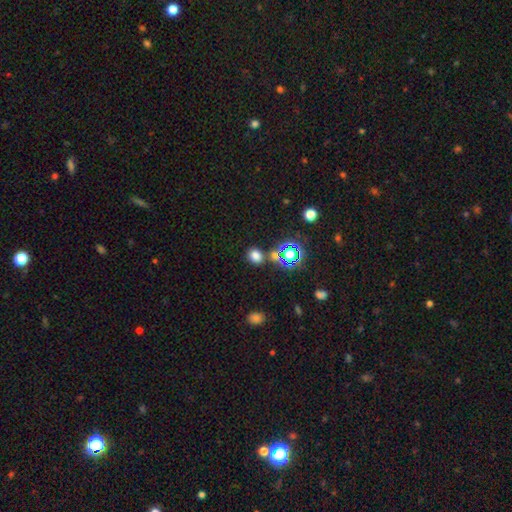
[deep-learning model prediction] This appears to be a smooth galaxy with no disk features (72%) that is round (66%). Merging: none (78%).